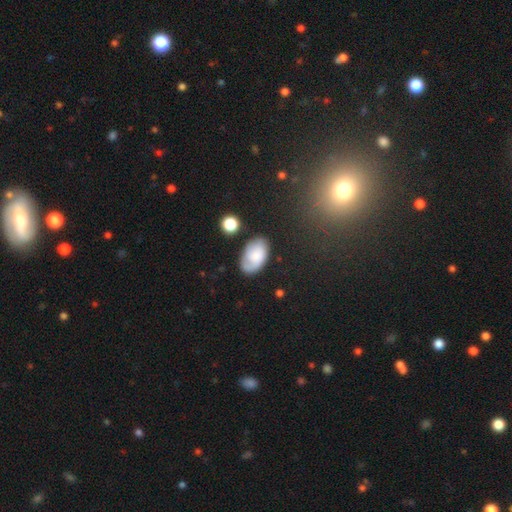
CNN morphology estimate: smooth-or-featured: smooth: 63% | featured or disk: 28% | star or artifact: 9%
  how-rounded: in between: 92% | round: 7% | cigar-shaped: 1%
  merging: none: 68% | minor disturbance: 21% | major disturbance: 6% | merger: 4%